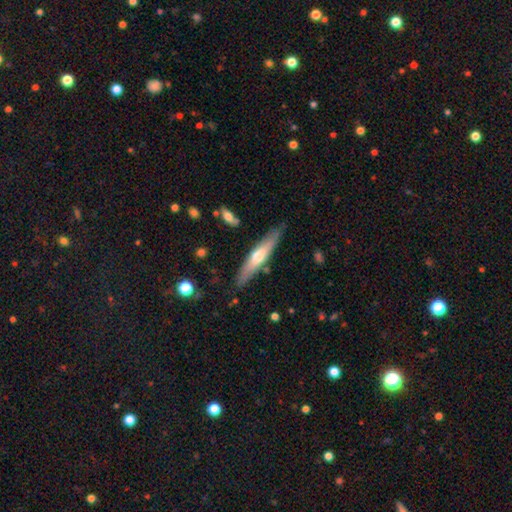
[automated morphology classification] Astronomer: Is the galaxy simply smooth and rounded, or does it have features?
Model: featured or disk — 51% (runner-up: smooth, 44%).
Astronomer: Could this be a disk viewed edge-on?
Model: yes — 89%.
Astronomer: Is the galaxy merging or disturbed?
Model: none — 82%.